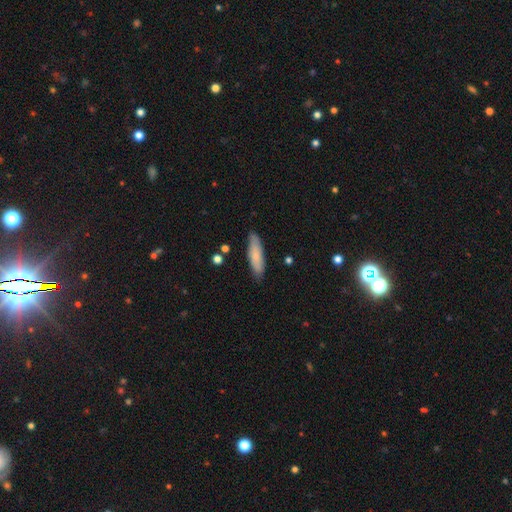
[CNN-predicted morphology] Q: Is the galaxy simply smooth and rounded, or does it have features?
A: smooth — 77%.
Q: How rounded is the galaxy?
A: cigar-shaped — 57%.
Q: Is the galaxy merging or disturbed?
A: none — 84%.